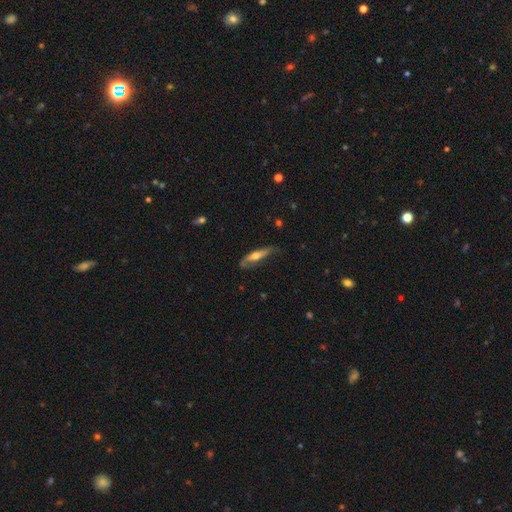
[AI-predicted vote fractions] Smooth or featured? featured or disk (49%)
Merging? none (55%)